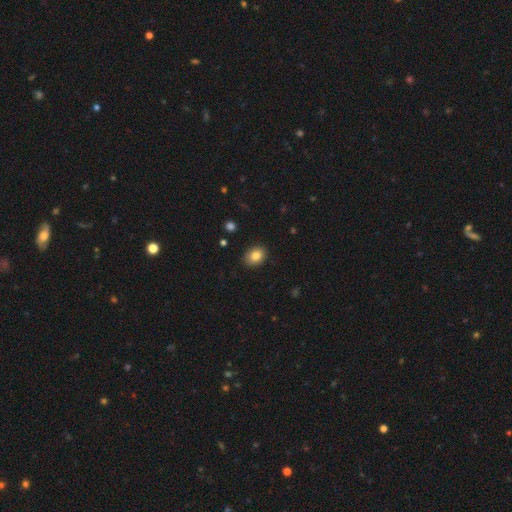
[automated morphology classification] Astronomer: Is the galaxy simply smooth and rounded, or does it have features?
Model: smooth — 85%.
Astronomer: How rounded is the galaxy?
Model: in between — 65%.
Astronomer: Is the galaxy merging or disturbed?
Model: none — 87%.